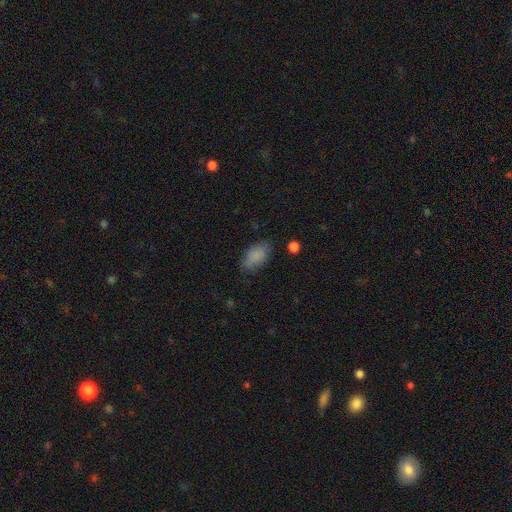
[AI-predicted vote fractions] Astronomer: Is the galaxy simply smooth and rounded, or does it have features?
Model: smooth — 83%.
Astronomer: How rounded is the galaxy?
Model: in between — 92%.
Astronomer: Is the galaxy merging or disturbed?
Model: none — 72%.